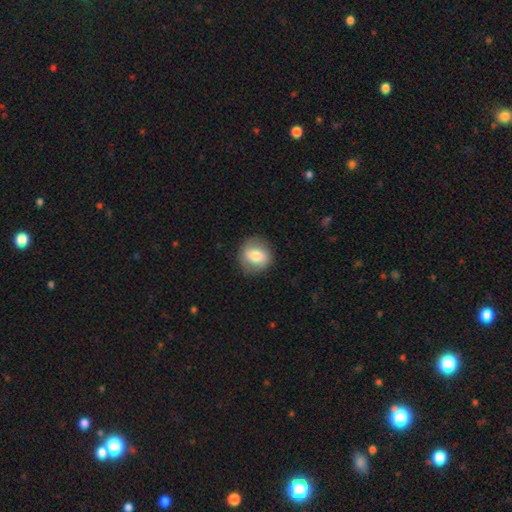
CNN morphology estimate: Smooth or featured: smooth — 68% (featured or disk — 24%)
How rounded: round — 79% (in between — 20%)
Merging: none — 84% (minor disturbance — 11%)